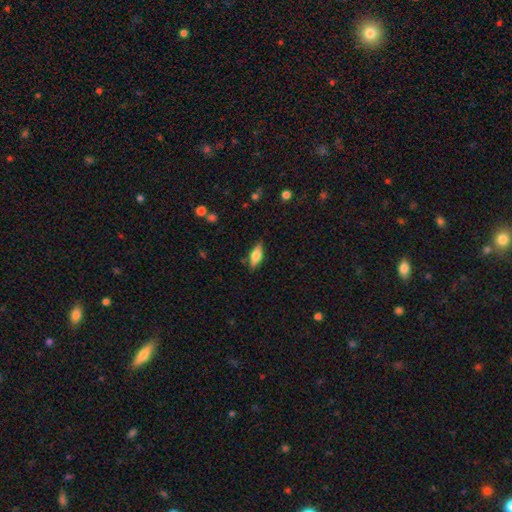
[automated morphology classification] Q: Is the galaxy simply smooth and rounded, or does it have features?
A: smooth — 63%.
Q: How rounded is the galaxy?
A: in between — 69%.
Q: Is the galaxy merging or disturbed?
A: none — 82%.